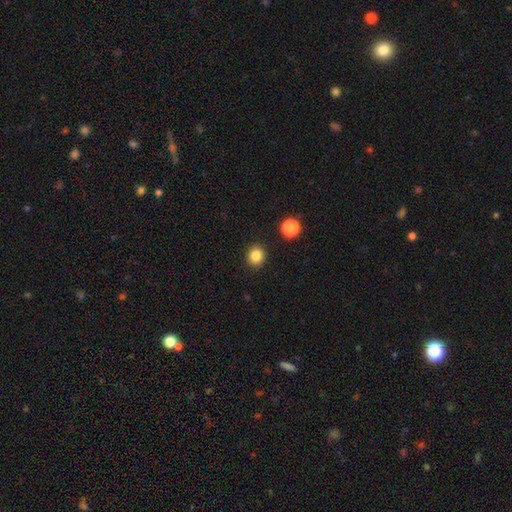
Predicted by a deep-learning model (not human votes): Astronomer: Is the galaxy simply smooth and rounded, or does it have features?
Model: smooth — 84%.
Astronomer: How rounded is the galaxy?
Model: round — 82%.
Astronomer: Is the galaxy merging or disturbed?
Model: none — 91%.